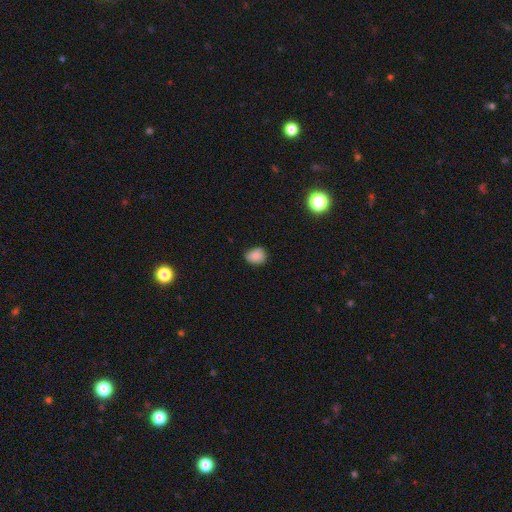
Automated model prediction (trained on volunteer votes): smooth 85%, star or artifact 10%, featured or disk 5%. Down the decision tree: how rounded — round (59%); merging — none (70%).